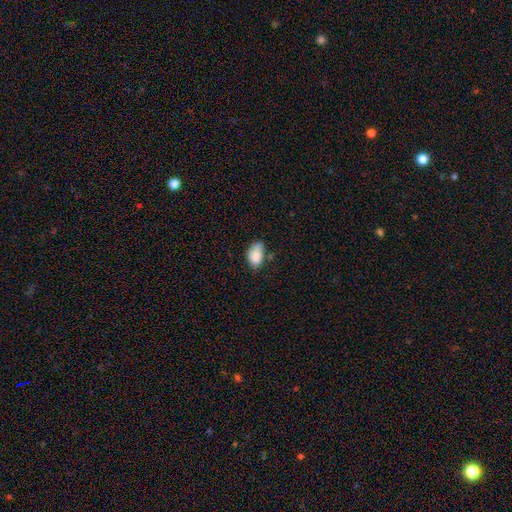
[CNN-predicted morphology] smooth_or_featured: smooth (p=0.82) [alt: featured or disk p=0.10]
how_rounded: in between (p=0.90) [alt: round p=0.08]
merging: none (p=0.49) [alt: minor disturbance p=0.36]